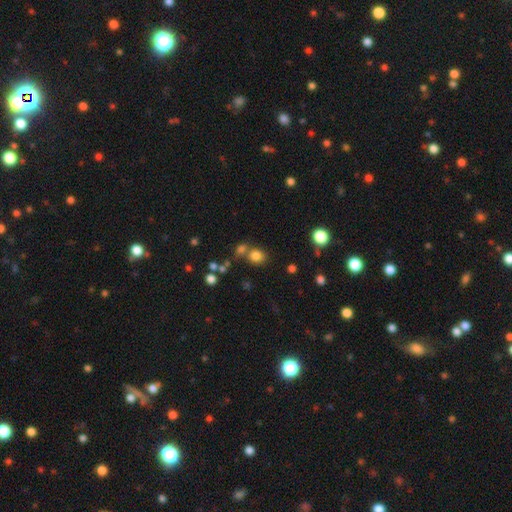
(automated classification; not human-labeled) smooth-or-featured: smooth: 79% | star or artifact: 14% | featured or disk: 7%
  how-rounded: round: 72% | in between: 27% | cigar-shaped: 1%
  merging: none: 63% | merger: 23% | minor disturbance: 10% | major disturbance: 4%